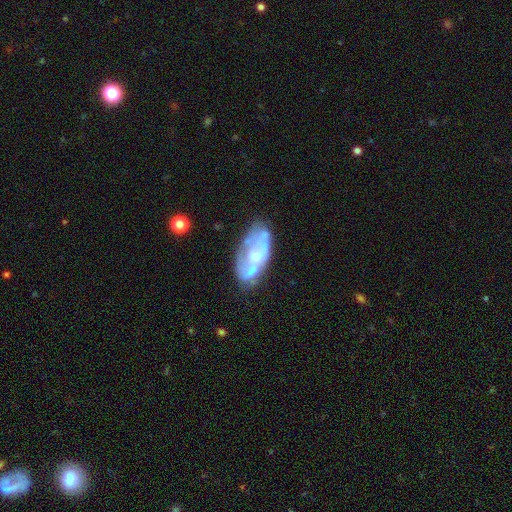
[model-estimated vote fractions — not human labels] The model was most divided on "bulge size": small: 34%, moderate: 32%, none: 28%, large: 5%, dominant: 2%. Remaining: edge-on disk — no (95%); bar — no (82%); spiral arms — no (78%); smooth or featured — featured or disk (62%); merging — none (34%).